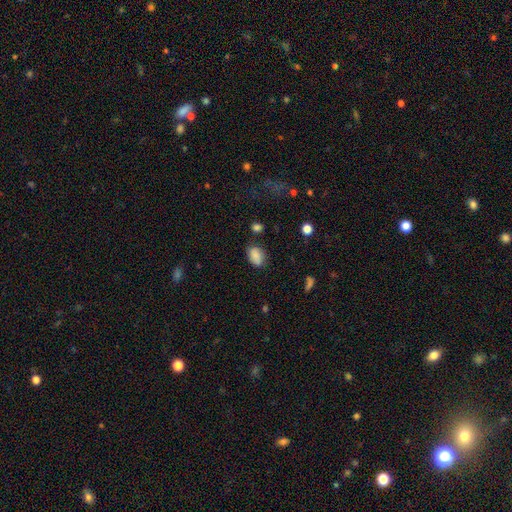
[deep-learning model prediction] smooth_or_featured: smooth (p=0.82) [alt: star or artifact p=0.09]
how_rounded: in between (p=0.83) [alt: round p=0.16]
merging: none (p=0.68) [alt: minor disturbance p=0.22]